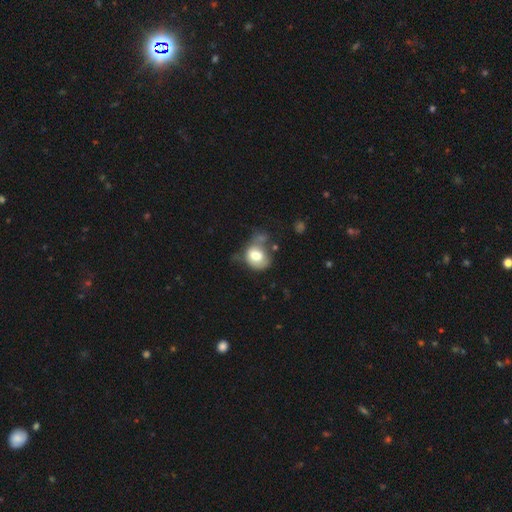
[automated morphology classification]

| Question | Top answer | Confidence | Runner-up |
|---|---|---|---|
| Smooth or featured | smooth | 72% | featured or disk (20%) |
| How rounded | in between | 53% | round (46%) |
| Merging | minor disturbance | 29% | none (27%) |